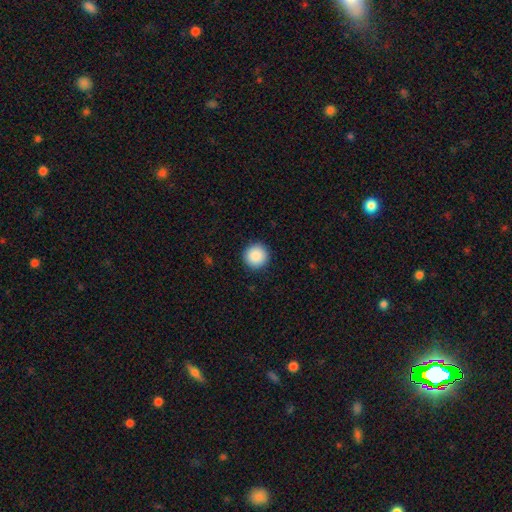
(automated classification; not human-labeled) Q: Smooth or featured?
A: smooth (89%); runner-up: star or artifact (8%)
Q: How rounded?
A: round (96%); runner-up: in between (3%)
Q: Merging?
A: none (92%); runner-up: minor disturbance (5%)